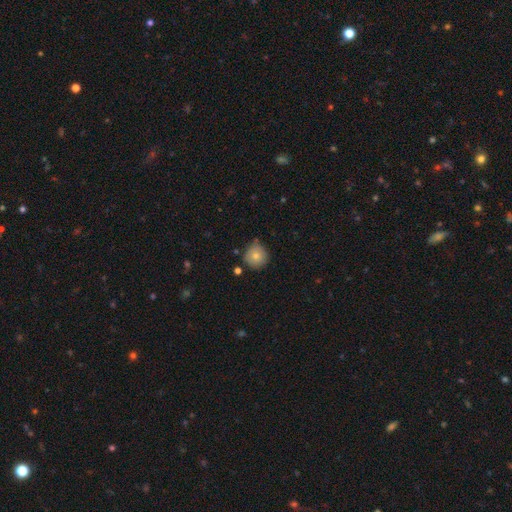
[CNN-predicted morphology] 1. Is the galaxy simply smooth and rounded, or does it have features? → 78% smooth, 12% featured or disk, 9% star or artifact.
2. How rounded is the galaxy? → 94% round, 5% in between, 1% cigar-shaped.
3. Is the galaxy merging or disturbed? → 76% none, 17% minor disturbance, 3% merger, 3% major disturbance.